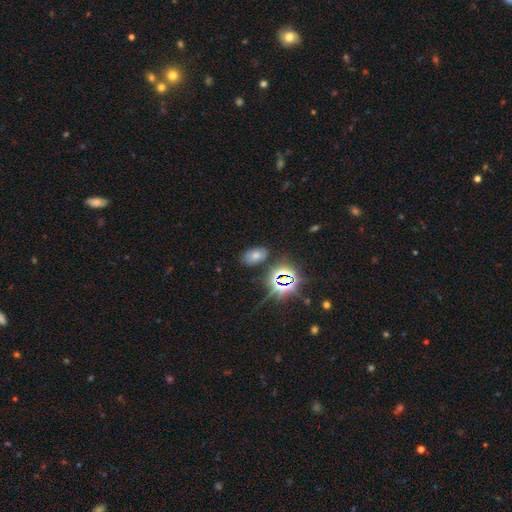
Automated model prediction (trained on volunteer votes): A smooth galaxy with no disk features (56%) that is in between round and cigar-shaped (90%). Merging: none (80%).